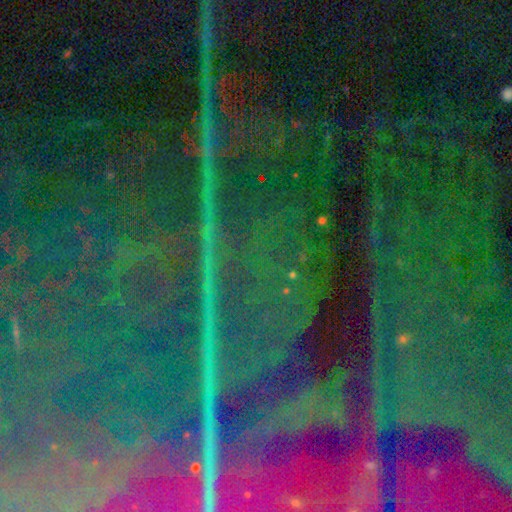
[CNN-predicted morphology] Smooth or featured? star or artifact (89%)